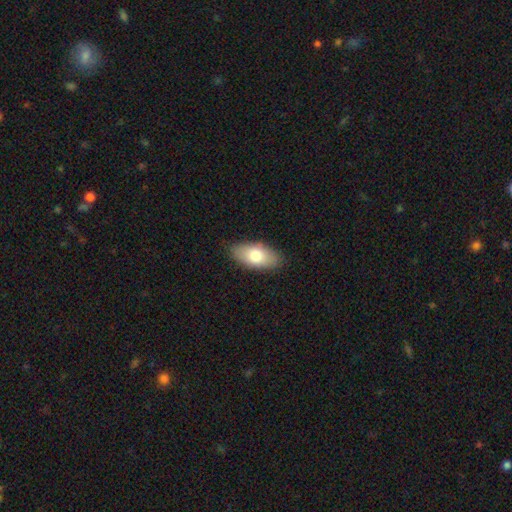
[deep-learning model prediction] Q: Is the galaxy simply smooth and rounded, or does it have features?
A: smooth — 78%.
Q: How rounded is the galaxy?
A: in between — 91%.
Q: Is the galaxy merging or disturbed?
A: none — 84%.